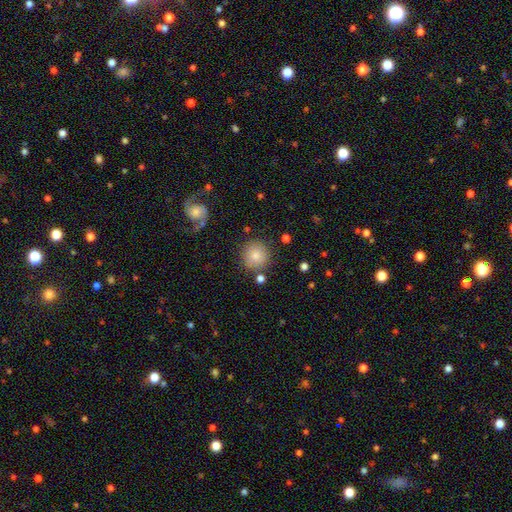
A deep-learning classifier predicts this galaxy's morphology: Smooth or featured? Predicted: smooth (p=0.82). How rounded? Predicted: round (p=0.93). Merging? Predicted: none (p=0.83).